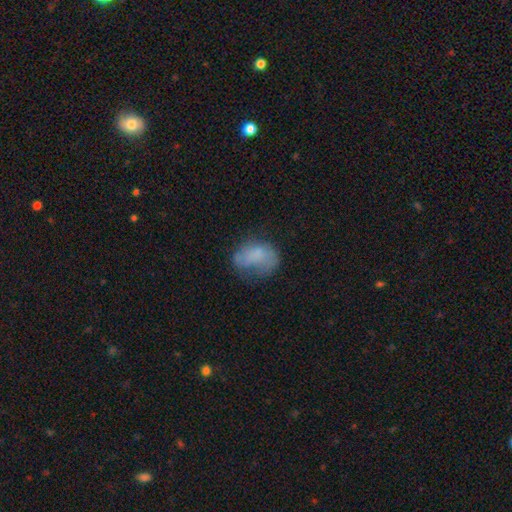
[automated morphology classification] Q: Smooth or featured?
A: smooth (61%); runner-up: featured or disk (28%)
Q: How rounded?
A: in between (73%); runner-up: round (26%)
Q: Merging?
A: none (37%); runner-up: minor disturbance (30%)